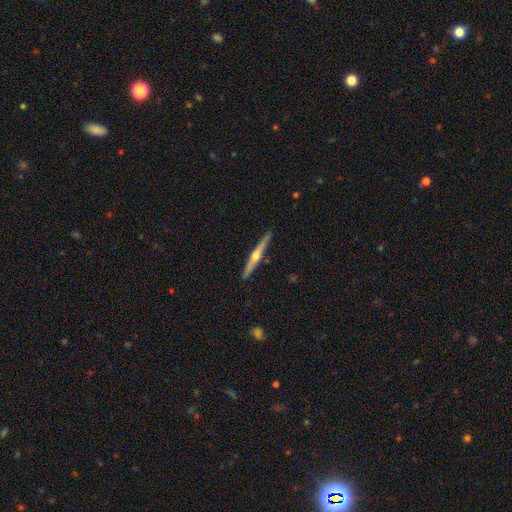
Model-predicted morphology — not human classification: Q: Smooth or featured?
A: featured or disk (74%); runner-up: smooth (21%)
Q: Edge-on disk?
A: yes (98%); runner-up: no (2%)
Q: Edge-on bulge?
A: rounded (91%); runner-up: none (6%)
Q: Merging?
A: none (90%); runner-up: minor disturbance (7%)